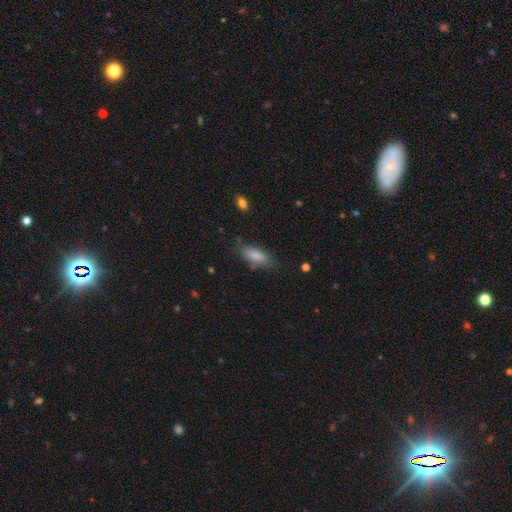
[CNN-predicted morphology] type=smooth (85%); roundness=in between (71%); merging=none (75%).